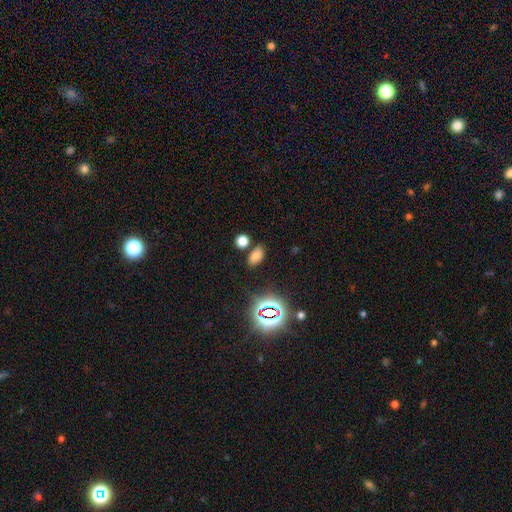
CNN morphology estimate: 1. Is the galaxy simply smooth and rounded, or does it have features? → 72% smooth, 22% star or artifact, 6% featured or disk.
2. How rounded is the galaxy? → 89% in between, 9% round, 2% cigar-shaped.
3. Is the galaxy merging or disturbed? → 76% none, 12% minor disturbance, 8% merger, 4% major disturbance.